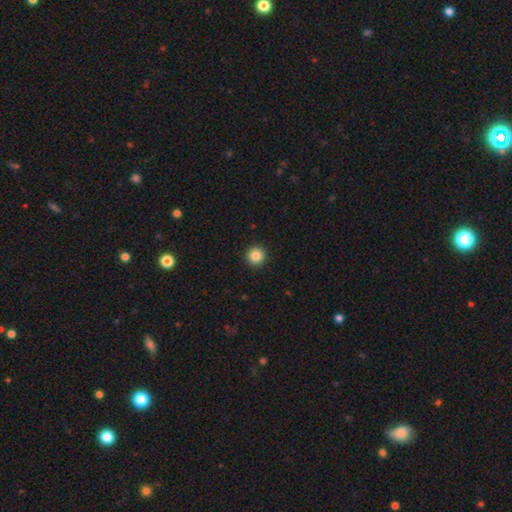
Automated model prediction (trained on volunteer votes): Q: Smooth or featured?
A: smooth (85%); runner-up: star or artifact (10%)
Q: How rounded?
A: round (96%); runner-up: in between (3%)
Q: Merging?
A: none (93%); runner-up: minor disturbance (4%)